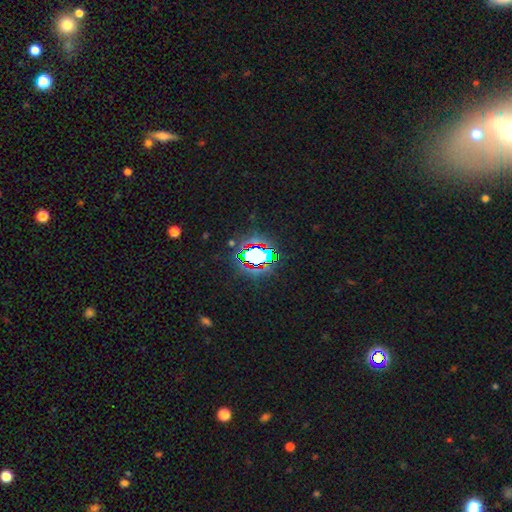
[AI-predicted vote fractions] Smooth or featured? star or artifact (67%)